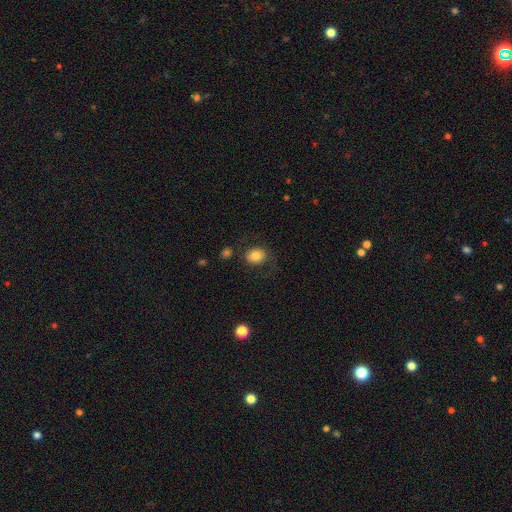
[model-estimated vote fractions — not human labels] This appears to be a smooth galaxy with no disk features (77%) that is round (67%). Merging: none (70%).